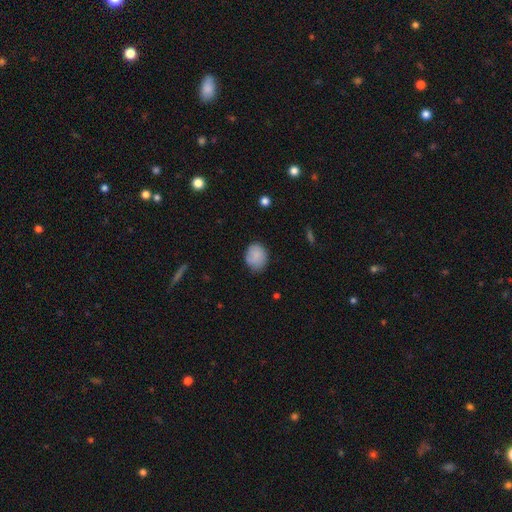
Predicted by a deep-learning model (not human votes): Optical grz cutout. It shows a smooth galaxy with no disk features (87%) that is round (61%). Merging: none (75%).